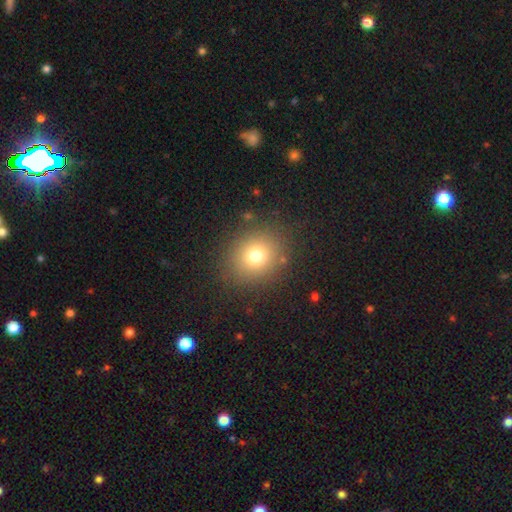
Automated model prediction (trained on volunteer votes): smooth_or_featured: smooth (p=0.75) [alt: star or artifact p=0.15]
how_rounded: round (p=0.78) [alt: in between p=0.22]
merging: none (p=0.85) [alt: minor disturbance p=0.08]